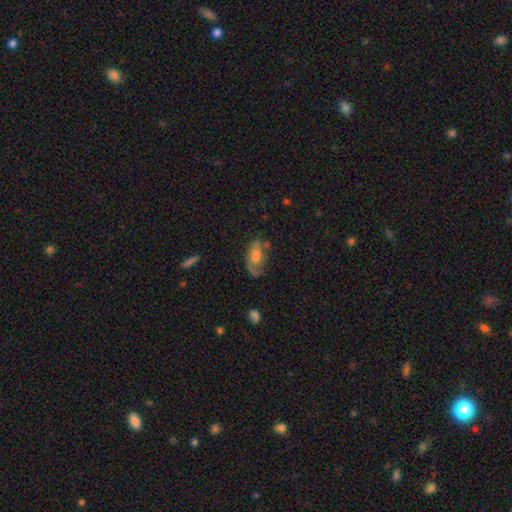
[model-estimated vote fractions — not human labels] Smooth or featured?
  - featured or disk: 49% *
  - smooth: 41%
  - star or artifact: 10%
Merging?
  - none: 54% *
  - minor disturbance: 26%
  - major disturbance: 17%
  - merger: 3%